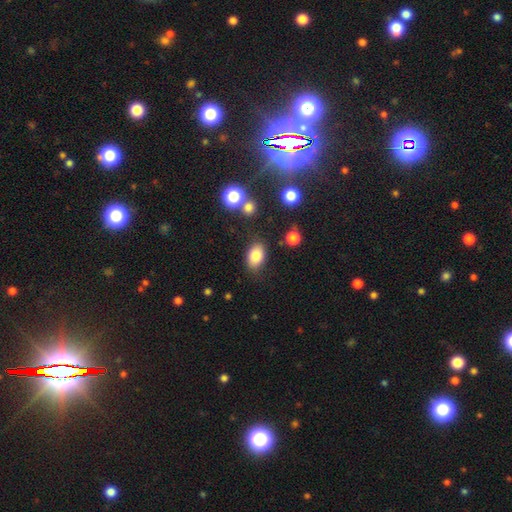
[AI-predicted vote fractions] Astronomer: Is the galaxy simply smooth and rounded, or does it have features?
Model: smooth — 83%.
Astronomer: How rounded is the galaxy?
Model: in between — 85%.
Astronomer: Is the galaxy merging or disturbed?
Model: none — 81%.